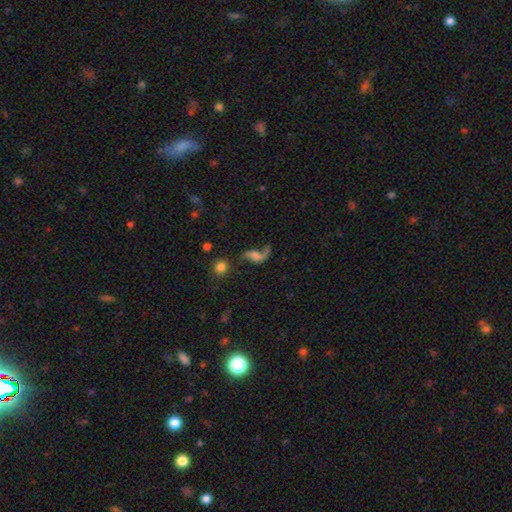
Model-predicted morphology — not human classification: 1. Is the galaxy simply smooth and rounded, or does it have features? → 71% featured or disk, 19% smooth, 11% star or artifact.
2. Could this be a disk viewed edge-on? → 96% no, 4% yes.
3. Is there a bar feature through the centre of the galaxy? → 57% no, 32% weak, 11% strong.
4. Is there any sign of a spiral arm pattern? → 90% yes, 10% no.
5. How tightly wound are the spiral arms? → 89% loose, 9% medium, 2% tight.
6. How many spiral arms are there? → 77% 2, 19% 1, 2% can't tell, 1% 3, 1% 4, 1% more than 4.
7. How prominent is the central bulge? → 42% none, 26% small, 20% moderate, 9% large, 3% dominant.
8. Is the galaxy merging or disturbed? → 48% none, 25% major disturbance, 17% minor disturbance, 10% merger.